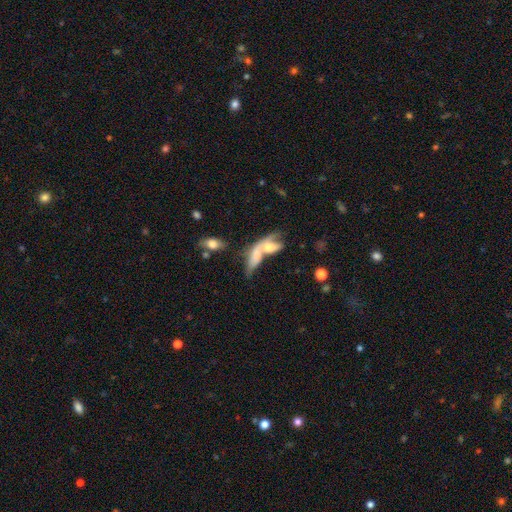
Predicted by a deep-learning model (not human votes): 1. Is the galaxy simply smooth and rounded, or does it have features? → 54% smooth, 37% featured or disk, 9% star or artifact.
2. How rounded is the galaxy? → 66% in between, 27% cigar-shaped, 7% round.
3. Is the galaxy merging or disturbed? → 68% merger, 14% none, 10% major disturbance, 8% minor disturbance.